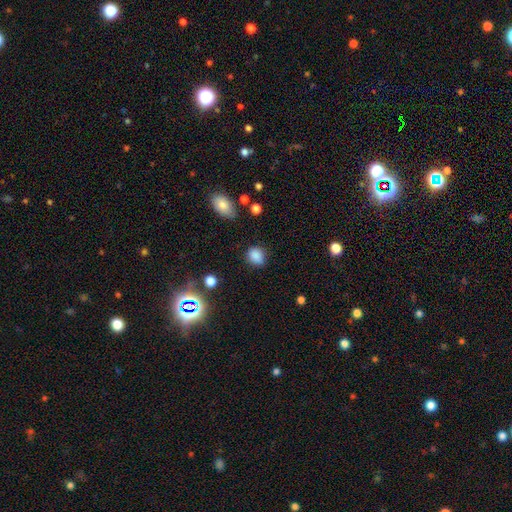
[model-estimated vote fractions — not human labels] smooth-or-featured: smooth: 84% | star or artifact: 11% | featured or disk: 5%
  how-rounded: round: 57% | in between: 42% | cigar-shaped: 1%
  merging: none: 75% | minor disturbance: 17% | major disturbance: 5% | merger: 2%